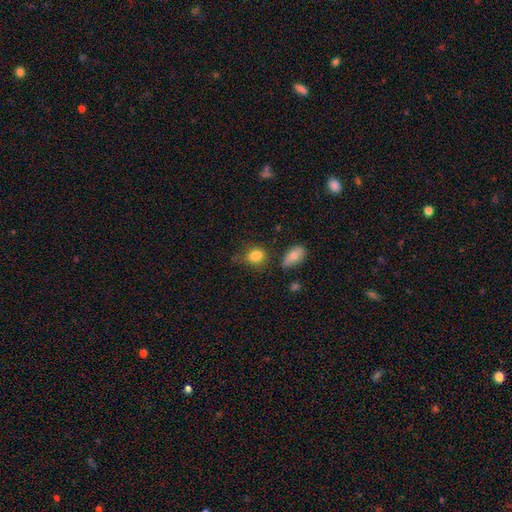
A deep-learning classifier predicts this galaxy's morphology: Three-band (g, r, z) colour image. It shows a smooth galaxy with no disk features (83%) that is round (55%). Merging: none (58%).